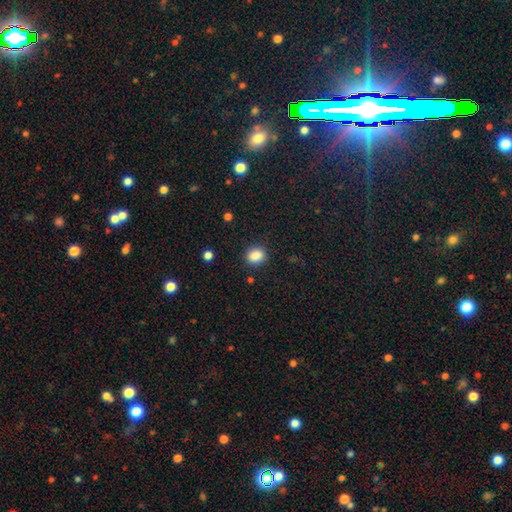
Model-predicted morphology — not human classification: Smooth or featured: smooth — 87% (star or artifact — 10%)
How rounded: round — 59% (in between — 40%)
Merging: none — 84% (minor disturbance — 11%)